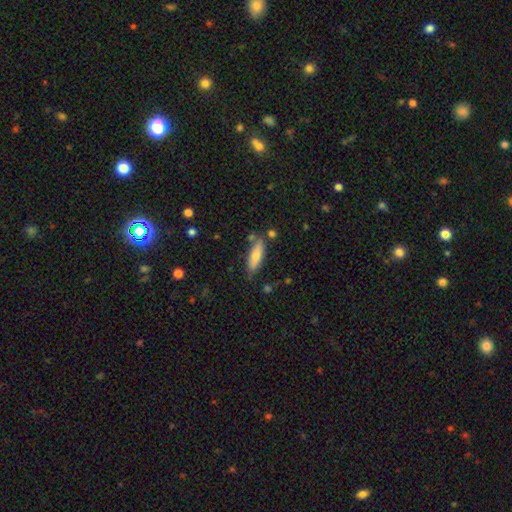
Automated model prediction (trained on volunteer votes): This appears to be a smooth galaxy with no disk features (68%) that is cigar-shaped (51%). Merging: none (75%).